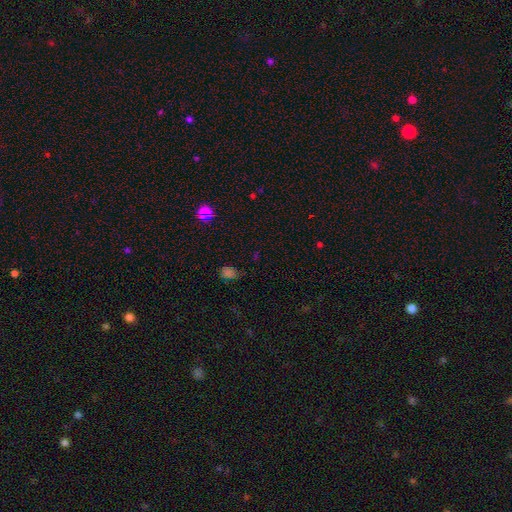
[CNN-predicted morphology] smooth-or-featured: star or artifact: 52% | smooth: 41% | featured or disk: 7%